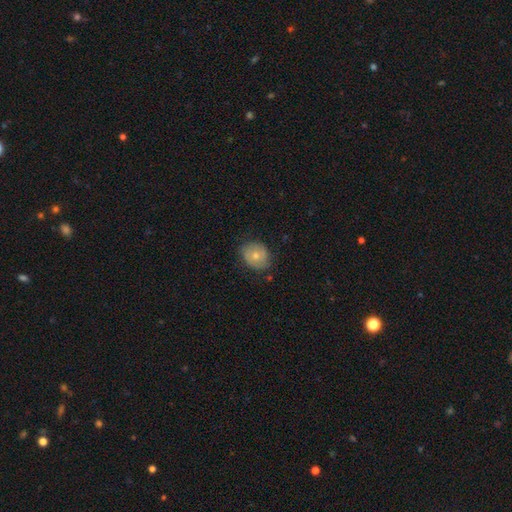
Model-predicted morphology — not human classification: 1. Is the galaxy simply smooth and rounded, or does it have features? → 59% smooth, 33% featured or disk, 7% star or artifact.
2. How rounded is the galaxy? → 64% round, 35% in between, 1% cigar-shaped.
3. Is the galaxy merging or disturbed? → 69% none, 24% minor disturbance, 5% major disturbance, 1% merger.